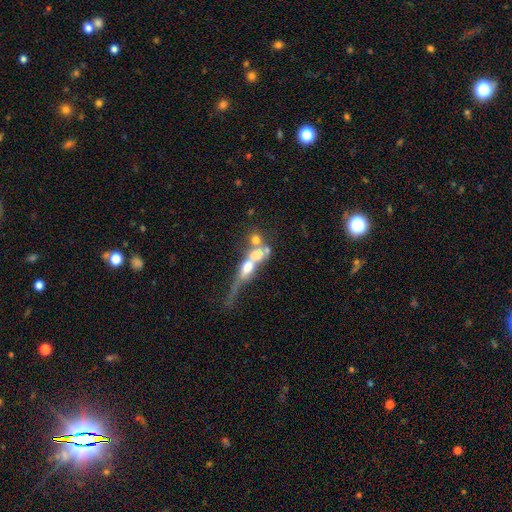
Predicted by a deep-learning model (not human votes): Morphology: type=featured or disk (49%); merging=merger (58%).